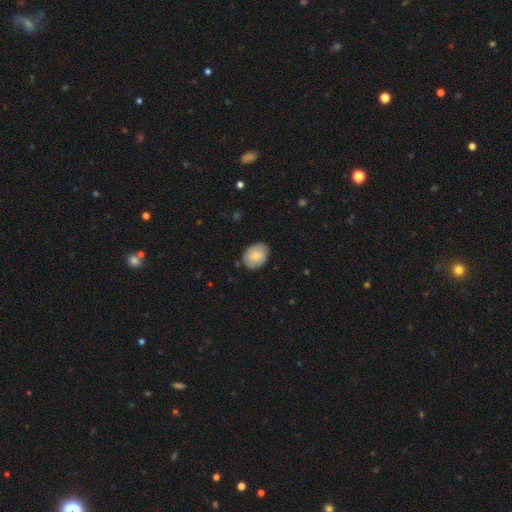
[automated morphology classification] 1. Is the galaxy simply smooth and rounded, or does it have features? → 69% smooth, 24% featured or disk, 6% star or artifact.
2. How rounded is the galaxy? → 69% in between, 30% round, 1% cigar-shaped.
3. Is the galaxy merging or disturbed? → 80% none, 16% minor disturbance, 3% major disturbance, 1% merger.